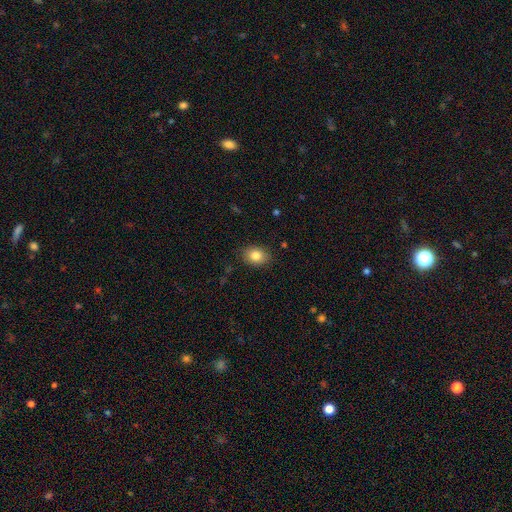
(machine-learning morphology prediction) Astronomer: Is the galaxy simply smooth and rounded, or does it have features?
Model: smooth — 83%.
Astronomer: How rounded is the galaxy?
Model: in between — 60% (runner-up: round, 39%).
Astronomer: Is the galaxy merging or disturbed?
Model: none — 87%.